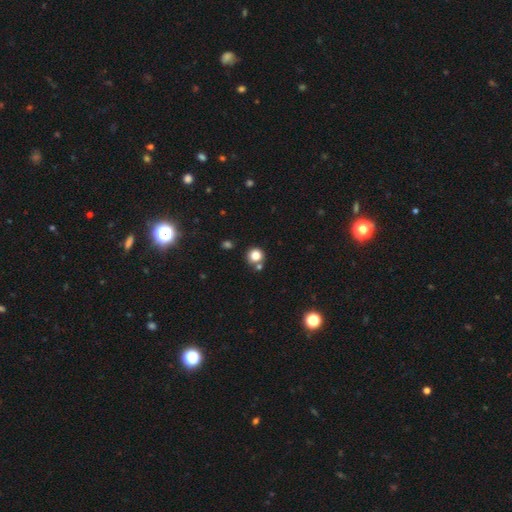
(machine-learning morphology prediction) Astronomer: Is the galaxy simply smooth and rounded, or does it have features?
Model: smooth — 82%.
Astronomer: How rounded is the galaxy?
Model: round — 92%.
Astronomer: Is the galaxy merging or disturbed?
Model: none — 74%.